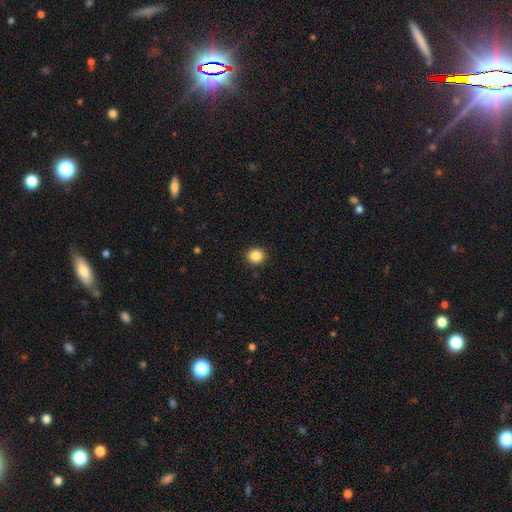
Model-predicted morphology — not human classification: Smooth or featured?
  - smooth: 86% *
  - star or artifact: 10%
  - featured or disk: 4%
How rounded?
  - round: 85% *
  - in between: 14%
  - cigar-shaped: 1%
Merging?
  - none: 92% *
  - minor disturbance: 6%
  - major disturbance: 2%
  - merger: 1%